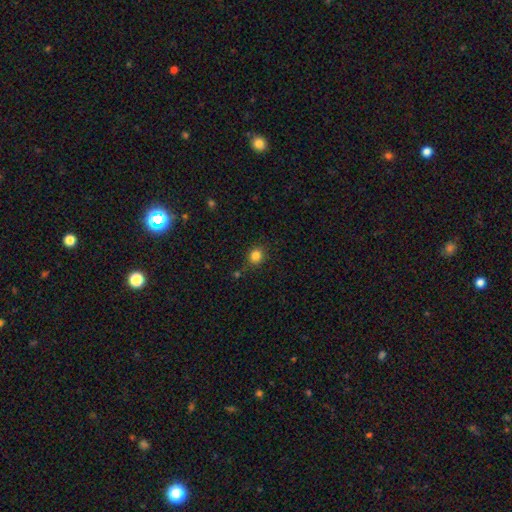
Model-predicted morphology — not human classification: Smooth or featured?
  - smooth: 83% *
  - star or artifact: 12%
  - featured or disk: 5%
How rounded?
  - round: 82% *
  - in between: 17%
  - cigar-shaped: 1%
Merging?
  - none: 81% *
  - minor disturbance: 12%
  - merger: 4%
  - major disturbance: 3%